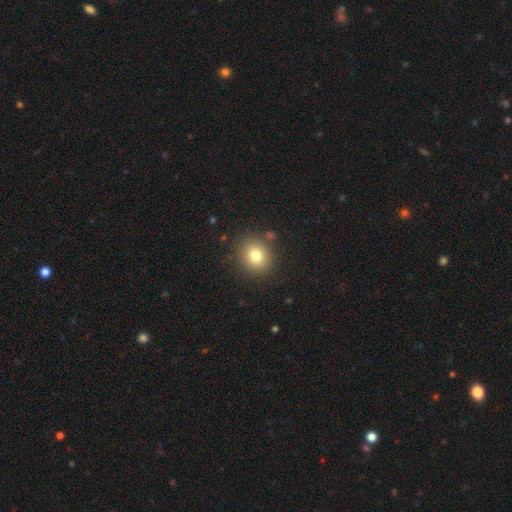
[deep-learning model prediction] Smooth or featured: smooth — 79% (star or artifact — 12%)
How rounded: round — 82% (in between — 17%)
Merging: none — 85% (minor disturbance — 9%)